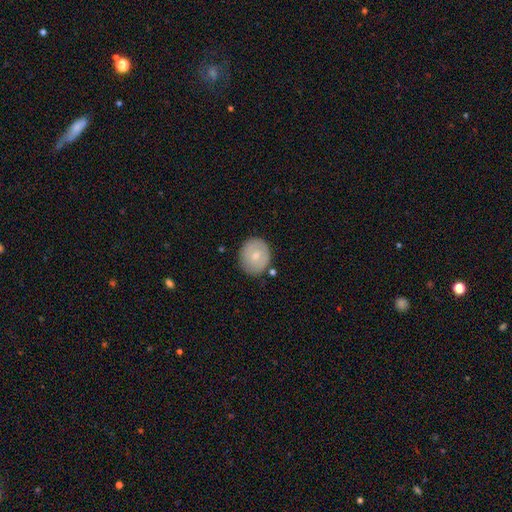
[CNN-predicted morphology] The model was most divided on "how rounded": round: 68%, in between: 31%, cigar-shaped: 1%. More confident: merging — none (81%); smooth or featured — smooth (71%).